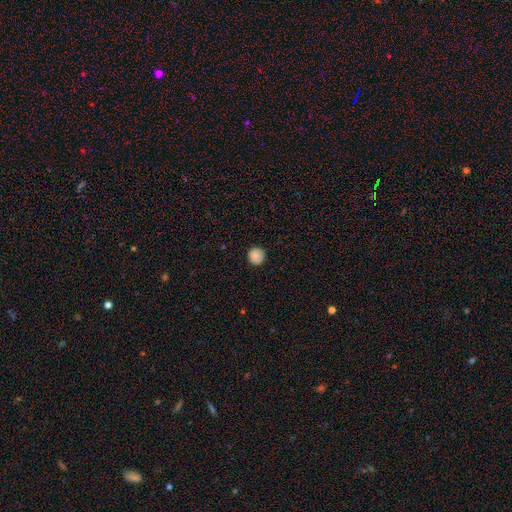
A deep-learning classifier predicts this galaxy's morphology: smooth_or_featured: smooth (p=0.83) [alt: star or artifact p=0.09]
how_rounded: round (p=0.94) [alt: in between p=0.05]
merging: none (p=0.88) [alt: minor disturbance p=0.09]